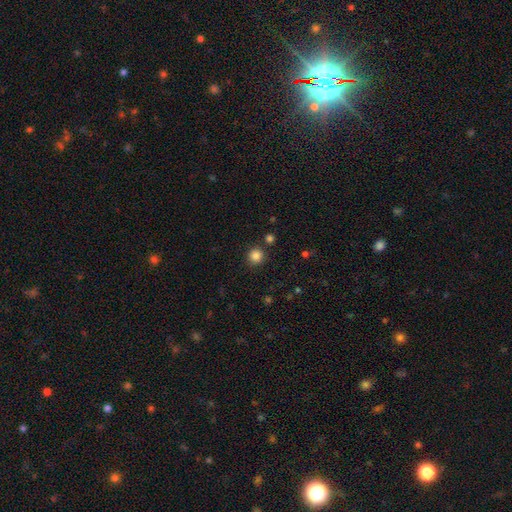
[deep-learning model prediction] Overall: smooth (84%). How rounded: round (94%). Merging: none (88%).